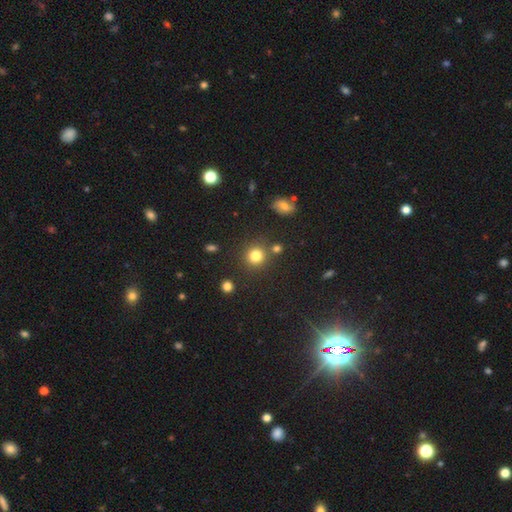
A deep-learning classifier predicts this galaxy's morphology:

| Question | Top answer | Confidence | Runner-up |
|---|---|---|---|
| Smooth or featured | smooth | 80% | star or artifact (14%) |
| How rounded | round | 90% | in between (9%) |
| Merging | none | 80% | minor disturbance (8%) |